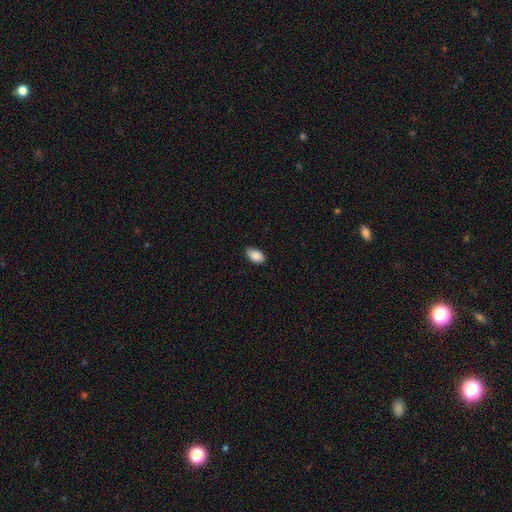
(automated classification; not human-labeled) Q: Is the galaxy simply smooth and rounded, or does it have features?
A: smooth — 89%.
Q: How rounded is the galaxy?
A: in between — 93%.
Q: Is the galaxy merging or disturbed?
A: none — 80%.